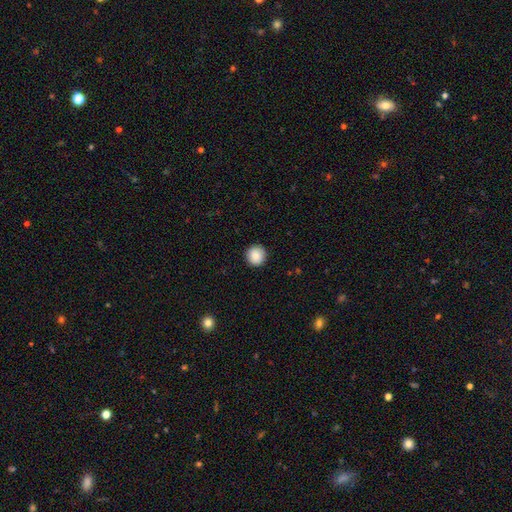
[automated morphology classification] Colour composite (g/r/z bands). It shows a smooth galaxy with no disk features (88%) that is round (94%). Merging: none (91%).